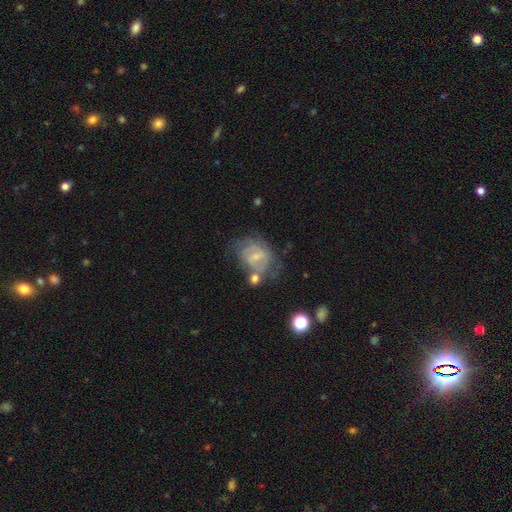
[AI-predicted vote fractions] A featured or disk galaxy (64%) with a weak bar (53%), spiral arms (71%) and a small central bulge (65%).

Vote fractions:
- Smooth or featured? featured or disk: 64% / smooth: 27% / star or artifact: 9%
- Edge-on disk? no: 97% / yes: 3%
- Bar? weak: 53% / no: 33% / strong: 15%
- Spiral arms? yes: 71% / no: 29%
- Bulge size? small: 65% / moderate: 22% / none: 10% / large: 2% / dominant: 1%
- Merging? none: 41% / minor disturbance: 23% / major disturbance: 19% / merger: 16%